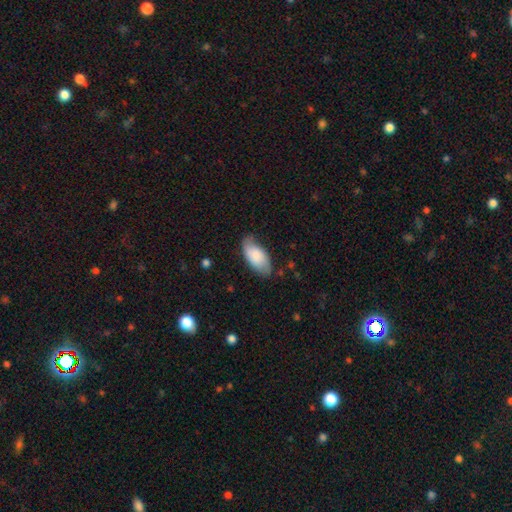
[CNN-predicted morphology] A smooth galaxy with no disk features (79%) that is in between round and cigar-shaped (94%). Merging: none (69%).